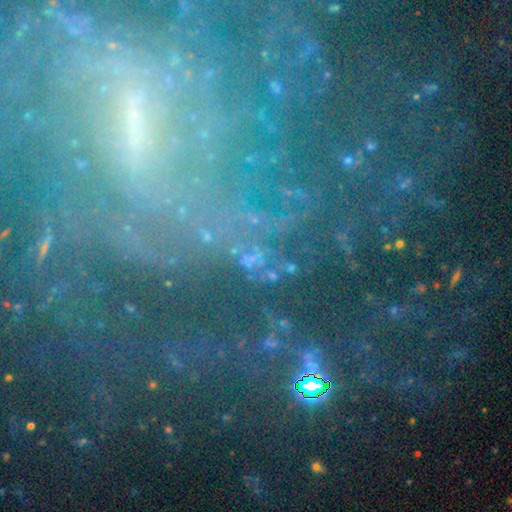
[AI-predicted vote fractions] Smooth or featured? star or artifact (49%)